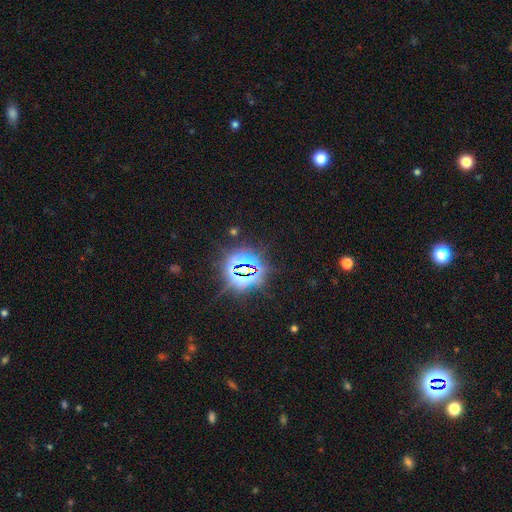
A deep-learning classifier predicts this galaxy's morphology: Smooth or featured: star or artifact — 81% (smooth — 12%)